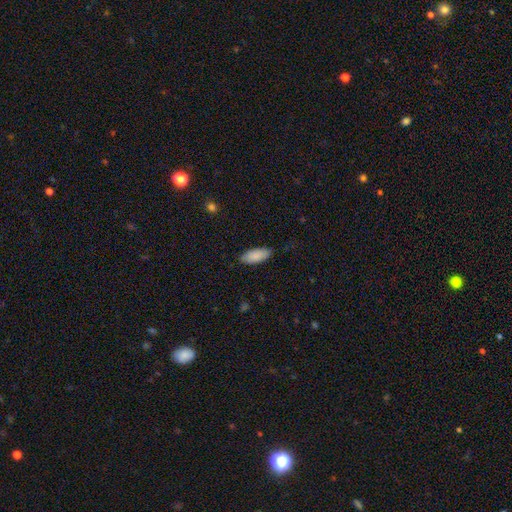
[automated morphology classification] smooth_or_featured: smooth (p=0.88) [alt: featured or disk p=0.06]
how_rounded: in between (p=0.83) [alt: cigar-shaped p=0.15]
merging: none (p=0.84) [alt: minor disturbance p=0.13]